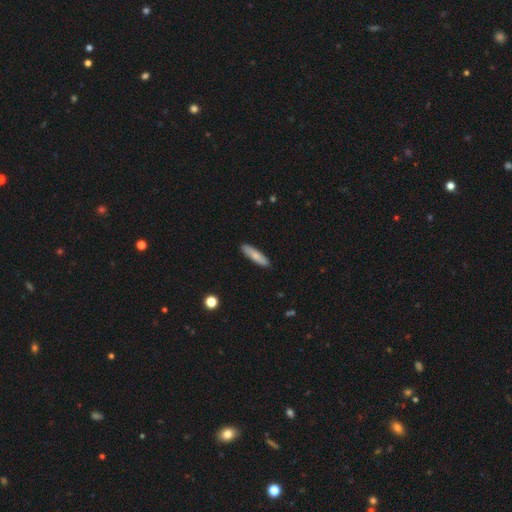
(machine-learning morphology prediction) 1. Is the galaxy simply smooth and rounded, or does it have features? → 78% smooth, 16% featured or disk, 6% star or artifact.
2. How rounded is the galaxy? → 77% cigar-shaped, 21% in between, 2% round.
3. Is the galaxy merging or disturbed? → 89% none, 8% minor disturbance, 1% major disturbance, 1% merger.